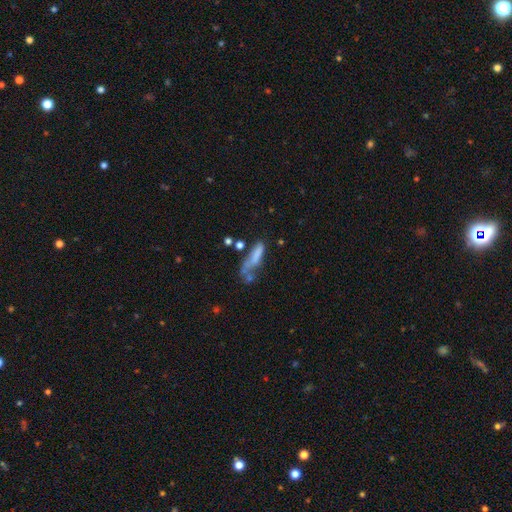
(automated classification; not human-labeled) This appears to be a smooth galaxy with no disk features (64%) that is cigar-shaped (58%). Merging: major disturbance (29%).